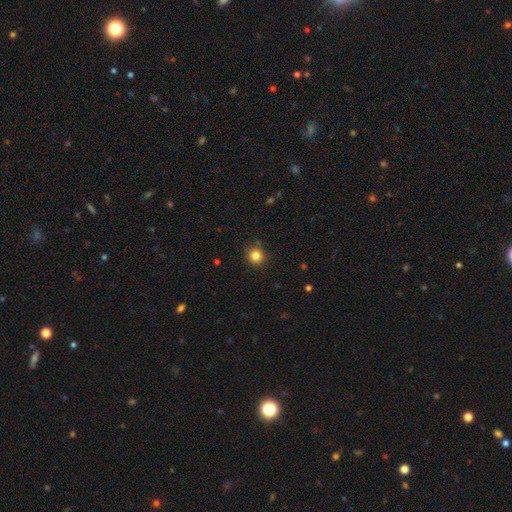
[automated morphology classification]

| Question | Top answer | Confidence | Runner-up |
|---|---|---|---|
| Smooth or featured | smooth | 84% | star or artifact (12%) |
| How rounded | round | 90% | in between (9%) |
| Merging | none | 89% | minor disturbance (8%) |